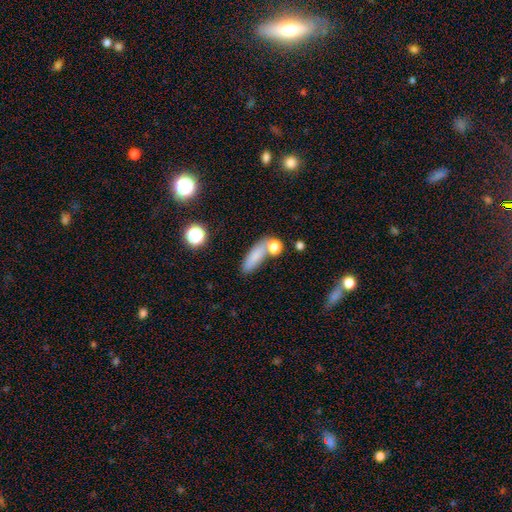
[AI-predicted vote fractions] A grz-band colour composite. It shows a smooth galaxy with no disk features (79%) that is in between round and cigar-shaped (52%). Merging: none (63%).